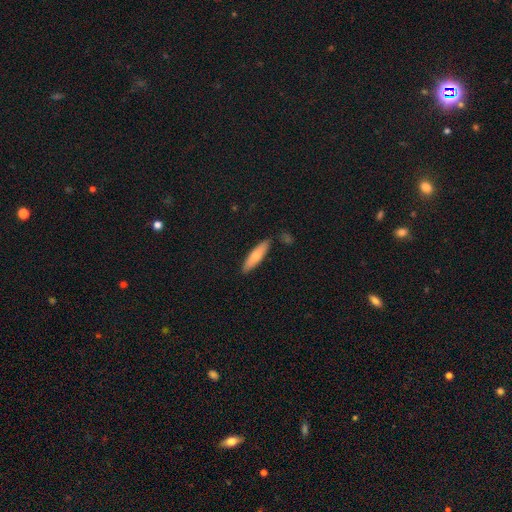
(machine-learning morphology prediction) Smooth or featured?
  - smooth: 61% *
  - featured or disk: 32%
  - star or artifact: 7%
How rounded?
  - cigar-shaped: 72% *
  - in between: 26%
  - round: 2%
Merging?
  - none: 87% *
  - minor disturbance: 9%
  - merger: 2%
  - major disturbance: 2%